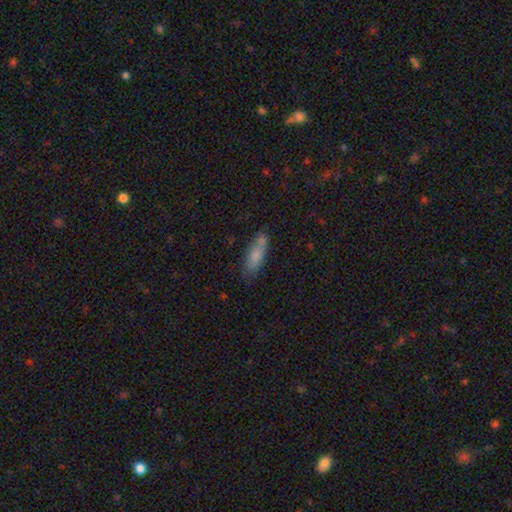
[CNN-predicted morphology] Overall: smooth (76%). How rounded: in between (60%; cigar-shaped 38%). Merging: none (60%; minor disturbance 21%).